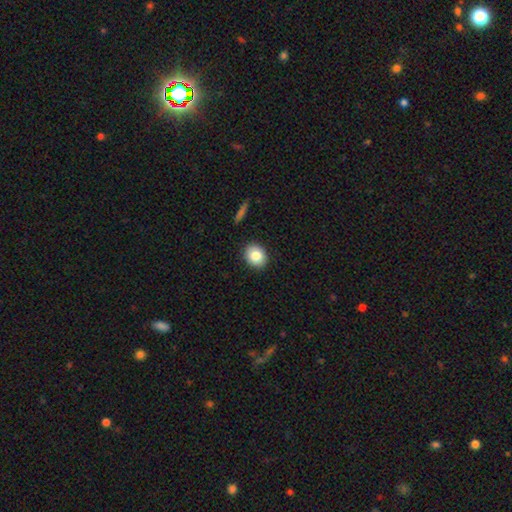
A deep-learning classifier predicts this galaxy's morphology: This is clearly a smooth galaxy (82%). How rounded: possibly round (59%). Merging: clearly none (90%).